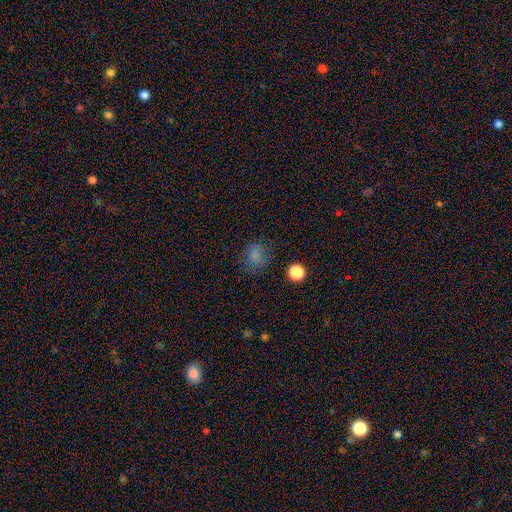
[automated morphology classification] smooth_or_featured: smooth (p=0.77) [alt: star or artifact p=0.16]
how_rounded: round (p=0.75) [alt: in between p=0.24]
merging: none (p=0.75) [alt: minor disturbance p=0.16]